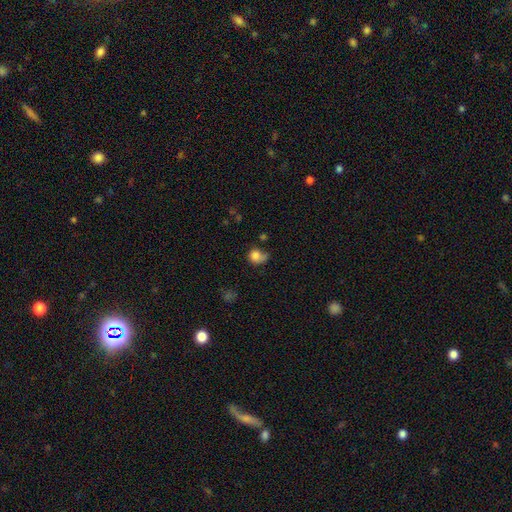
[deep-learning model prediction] The model was most divided on "merging": none: 39%, minor disturbance: 27%, major disturbance: 23%, merger: 11%. More confident: smooth or featured — smooth (77%); how rounded — round (72%).